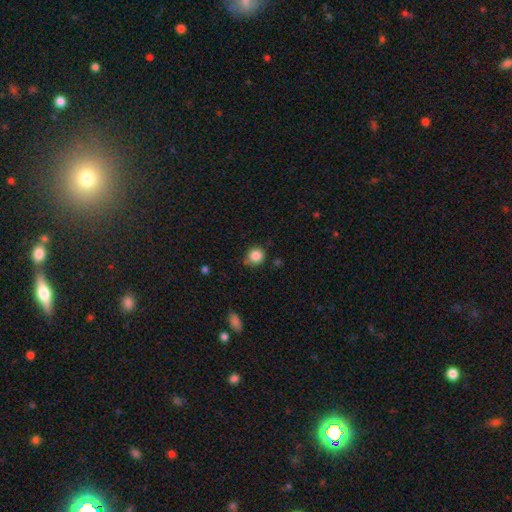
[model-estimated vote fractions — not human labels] This is clearly a smooth galaxy (85%). How rounded: clearly round (89%). Merging: likely none (76%).